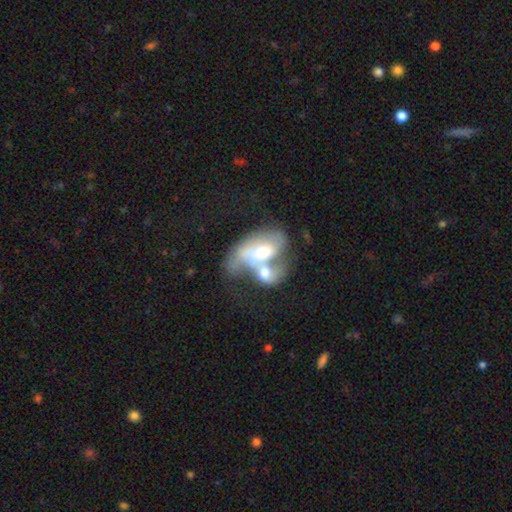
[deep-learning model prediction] Morphology: type=featured or disk (60%); edge-on=no (94%); bar=no (64%); spiral arms=yes (51%); bulge=moderate (62%); merging=merger (71%).